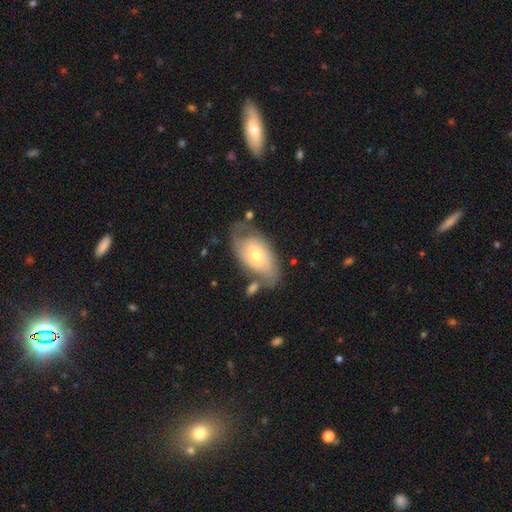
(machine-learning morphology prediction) Smooth or featured: featured or disk — 58% (smooth — 36%)
Edge-on disk: no — 92% (yes — 8%)
Bar: no — 65% (weak — 28%)
Spiral arms: yes — 73% (no — 27%)
Bulge size: moderate — 56% (small — 38%)
Merging: none — 56% (minor disturbance — 23%)